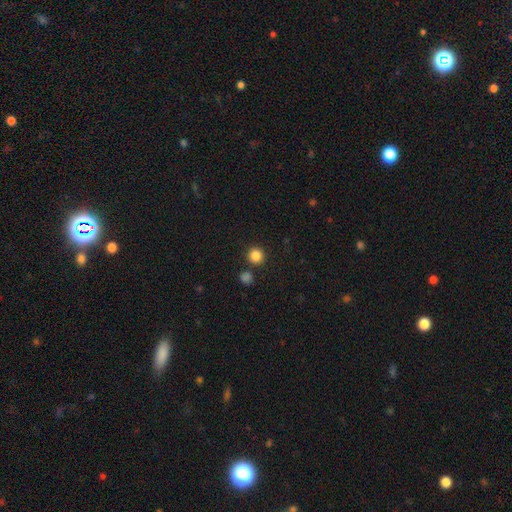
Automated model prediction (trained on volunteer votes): smooth 85%, star or artifact 11%, featured or disk 4%. Down the decision tree: how rounded — round (94%); merging — none (86%).